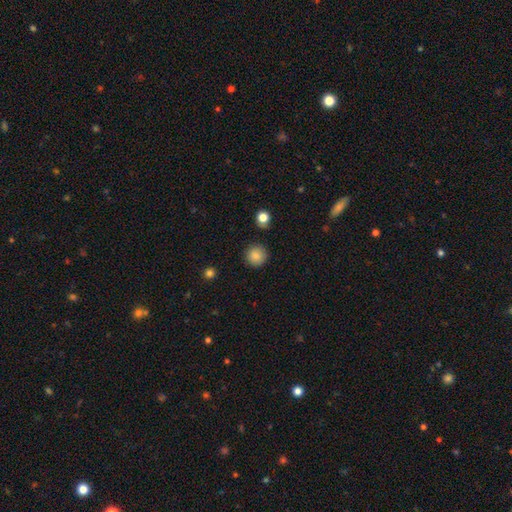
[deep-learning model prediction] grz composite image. It shows a smooth galaxy with no disk features (86%) that is round (94%). Merging: none (90%).